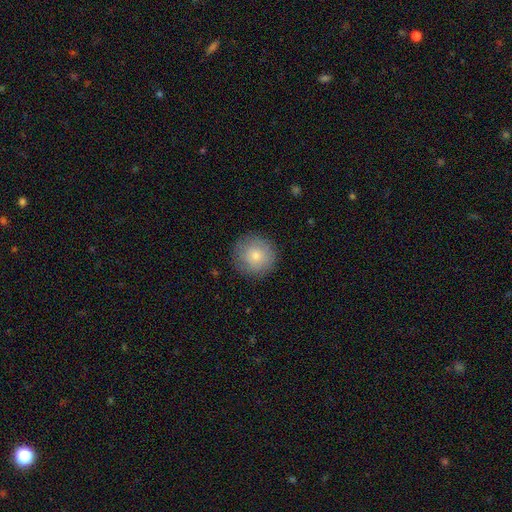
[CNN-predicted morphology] Overall: smooth (78%). How rounded: round (95%). Merging: none (87%).